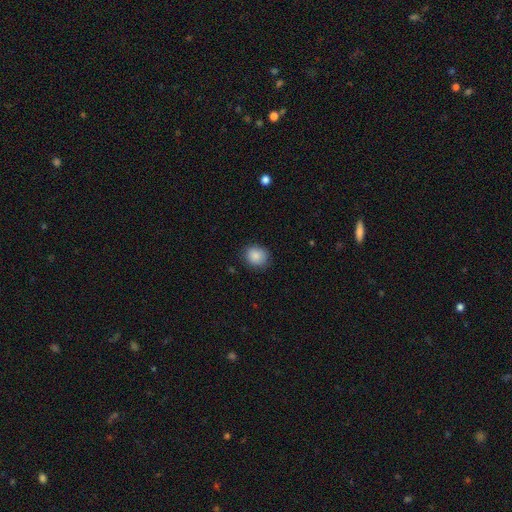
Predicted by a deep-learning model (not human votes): Q: Smooth or featured?
A: smooth (88%); runner-up: star or artifact (8%)
Q: How rounded?
A: round (75%); runner-up: in between (24%)
Q: Merging?
A: none (84%); runner-up: minor disturbance (12%)